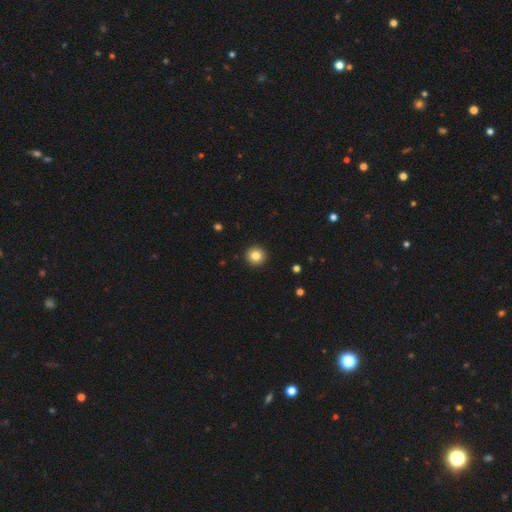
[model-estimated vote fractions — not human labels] This is clearly a smooth galaxy (83%). How rounded: clearly round (95%). Merging: clearly none (94%).